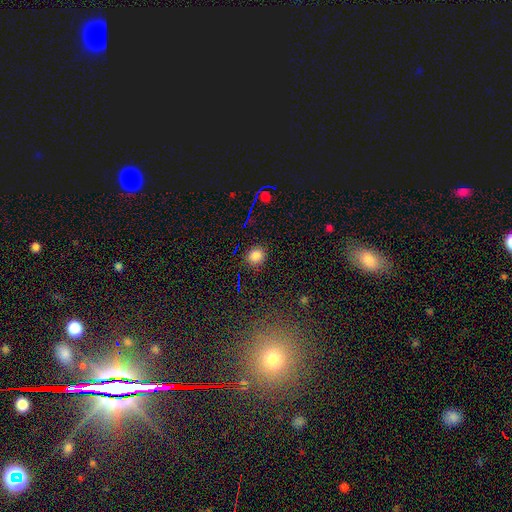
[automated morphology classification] A smooth galaxy with no disk features (82%) that is round (84%).

Vote fractions:
- Smooth or featured? smooth: 82% / star or artifact: 13% / featured or disk: 5%
- How rounded? round: 84% / in between: 15% / cigar-shaped: 1%
- Merging? none: 88% / minor disturbance: 8% / major disturbance: 3% / merger: 1%